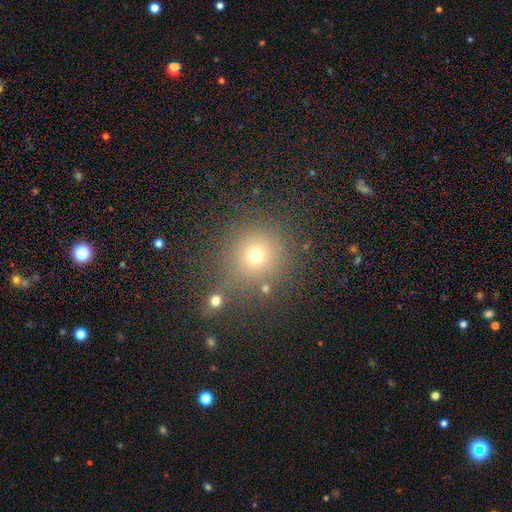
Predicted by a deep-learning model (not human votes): smooth_or_featured: smooth (p=0.69) [alt: star or artifact p=0.21]
how_rounded: round (p=0.93) [alt: in between p=0.06]
merging: none (p=0.78) [alt: minor disturbance p=0.10]